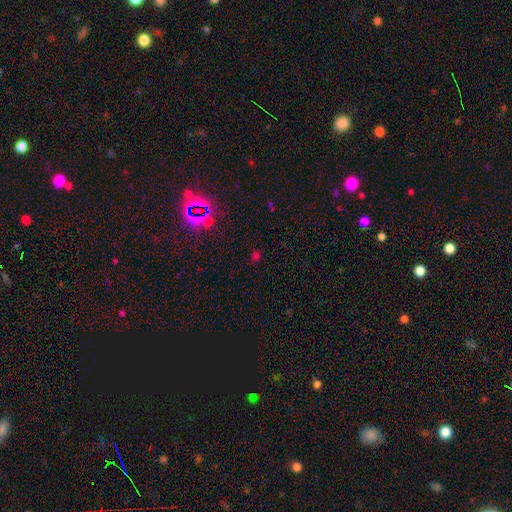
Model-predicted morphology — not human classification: Q: Smooth or featured?
A: star or artifact (54%); runner-up: smooth (40%)